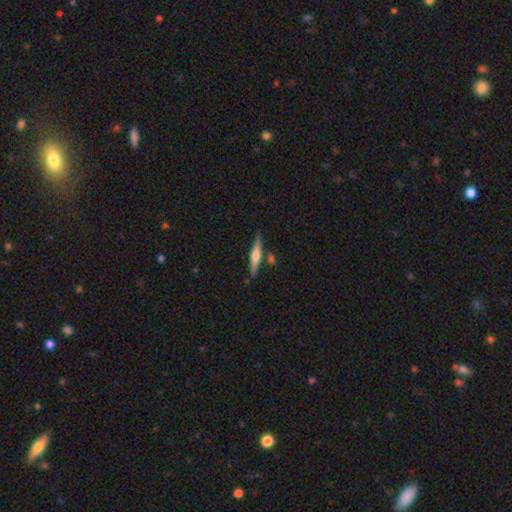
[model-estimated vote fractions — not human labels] Smooth or featured: featured or disk — 57% (smooth — 37%)
Edge-on disk: yes — 97% (no — 3%)
Edge-on bulge: rounded — 84% (none — 8%)
Merging: none — 81% (minor disturbance — 10%)